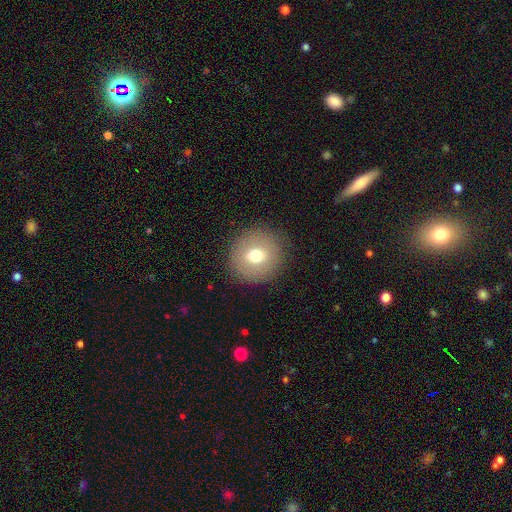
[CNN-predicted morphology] Q: Smooth or featured?
A: smooth (68%); runner-up: featured or disk (21%)
Q: How rounded?
A: round (92%); runner-up: in between (7%)
Q: Merging?
A: none (89%); runner-up: minor disturbance (7%)